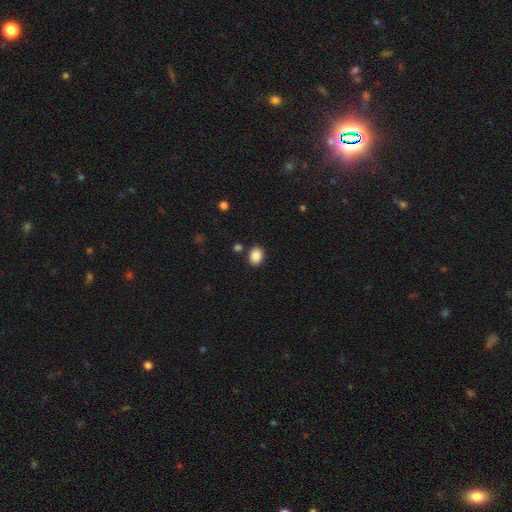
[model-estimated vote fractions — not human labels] smooth 88%, star or artifact 9%, featured or disk 4%. Down the decision tree: how rounded — in between (64%); merging — none (84%).